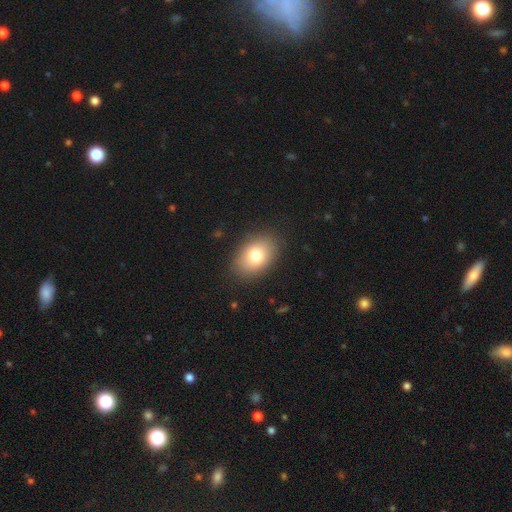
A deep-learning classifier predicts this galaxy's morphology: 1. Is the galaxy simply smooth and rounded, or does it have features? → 79% smooth, 12% featured or disk, 9% star or artifact.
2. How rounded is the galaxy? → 84% in between, 15% round, 1% cigar-shaped.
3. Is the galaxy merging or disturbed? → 86% none, 10% minor disturbance, 3% major disturbance, 1% merger.